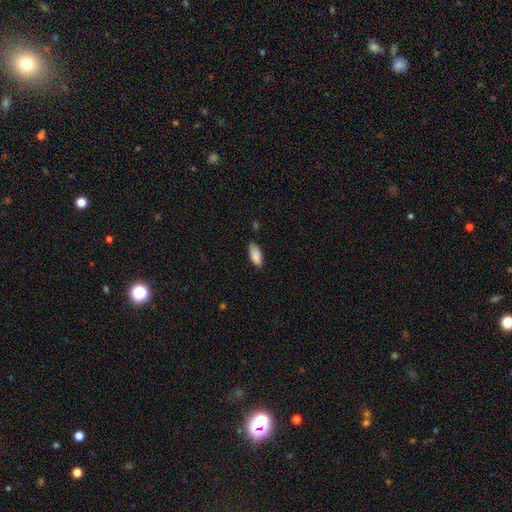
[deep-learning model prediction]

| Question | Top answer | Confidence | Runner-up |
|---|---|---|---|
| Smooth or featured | smooth | 88% | star or artifact (6%) |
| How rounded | in between | 86% | cigar-shaped (12%) |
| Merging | none | 81% | minor disturbance (15%) |